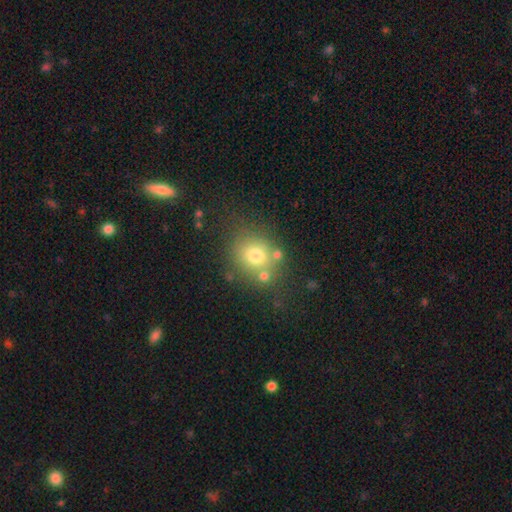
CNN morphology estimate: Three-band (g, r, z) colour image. It shows a smooth galaxy with no disk features (70%) that is round (76%). Merging: none (66%).